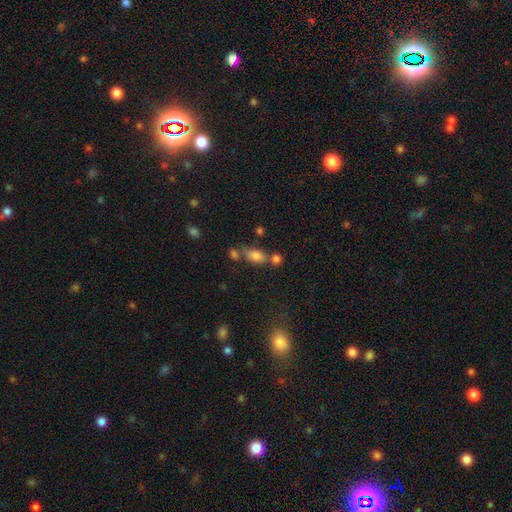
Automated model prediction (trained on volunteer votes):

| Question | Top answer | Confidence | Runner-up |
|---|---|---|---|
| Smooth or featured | smooth | 77% | star or artifact (12%) |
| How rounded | in between | 81% | round (11%) |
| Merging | none | 49% | merger (29%) |